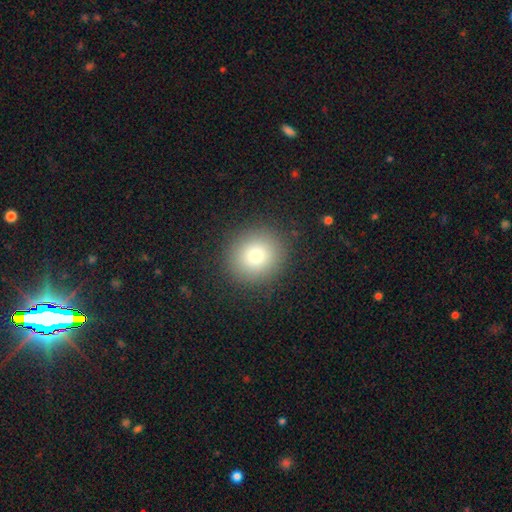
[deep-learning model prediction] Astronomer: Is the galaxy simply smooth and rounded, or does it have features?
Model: smooth — 78%.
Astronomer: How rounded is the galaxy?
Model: round — 90%.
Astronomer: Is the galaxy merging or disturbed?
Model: none — 89%.